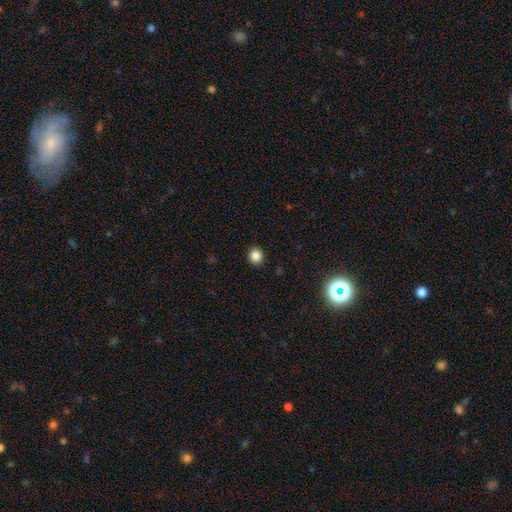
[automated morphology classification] Q: Smooth or featured?
A: smooth (84%); runner-up: star or artifact (12%)
Q: How rounded?
A: round (89%); runner-up: in between (10%)
Q: Merging?
A: none (92%); runner-up: minor disturbance (5%)